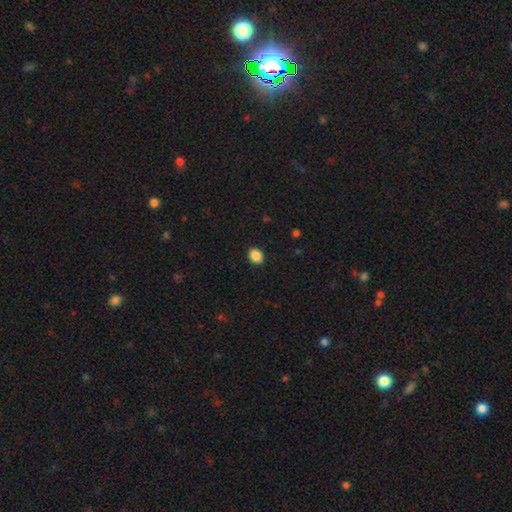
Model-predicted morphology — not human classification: type=smooth (88%); roundness=in between (54%); merging=none (90%).